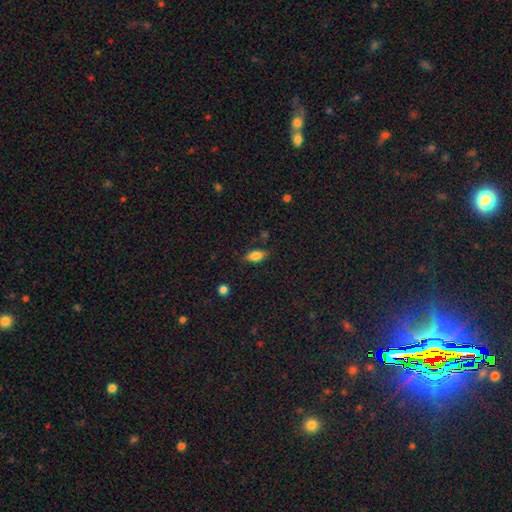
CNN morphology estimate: smooth_or_featured: smooth (p=0.79) [alt: featured or disk p=0.12]
how_rounded: in between (p=0.85) [alt: cigar-shaped p=0.10]
merging: none (p=0.79) [alt: minor disturbance p=0.15]